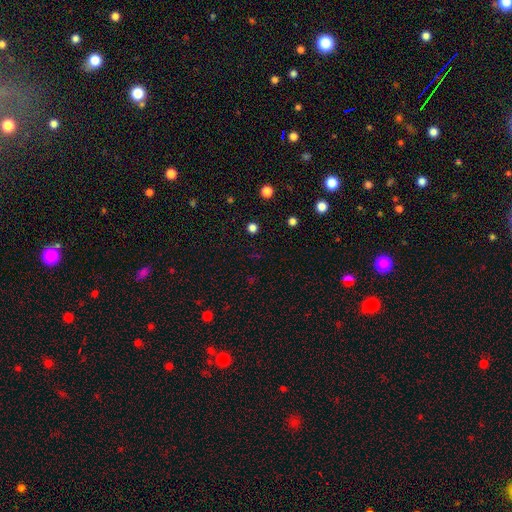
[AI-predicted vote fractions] smooth_or_featured: smooth (p=0.49) [alt: star or artifact p=0.45]
merging: none (p=0.87) [alt: minor disturbance p=0.07]